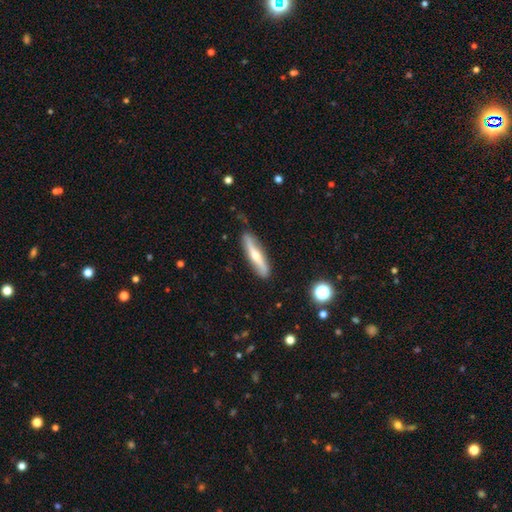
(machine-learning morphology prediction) Smooth or featured?
  - featured or disk: 58% *
  - smooth: 36%
  - star or artifact: 5%
Edge-on disk?
  - yes: 79% *
  - no: 21%
Merging?
  - none: 85% *
  - minor disturbance: 12%
  - major disturbance: 2%
  - merger: 1%